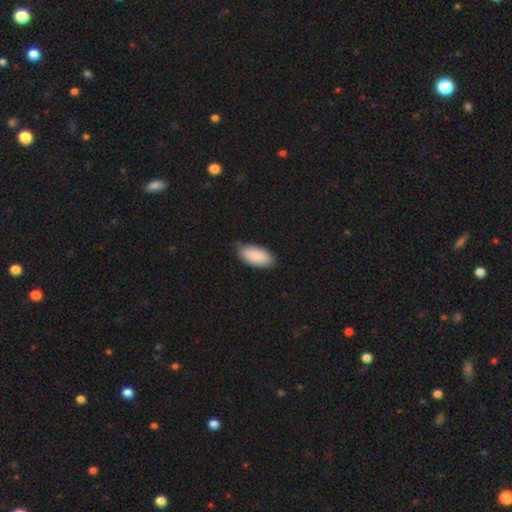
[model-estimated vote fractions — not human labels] A smooth galaxy with no disk features (90%) that is in between round and cigar-shaped (93%).

Vote fractions:
- Smooth or featured? smooth: 90% / star or artifact: 6% / featured or disk: 4%
- How rounded? in between: 93% / cigar-shaped: 6% / round: 2%
- Merging? none: 79% / minor disturbance: 18% / major disturbance: 2% / merger: 1%